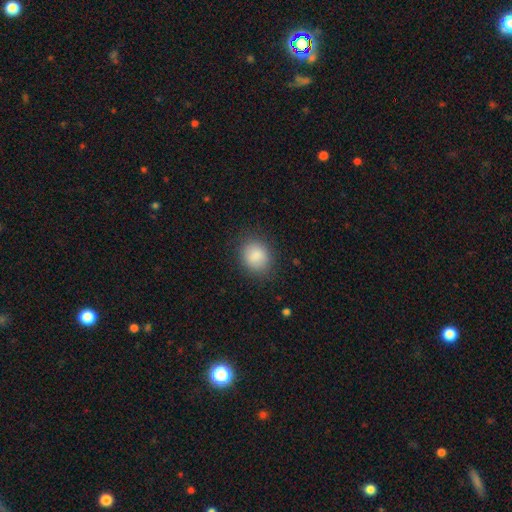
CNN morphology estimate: smooth-or-featured: smooth: 87% | star or artifact: 8% | featured or disk: 5%
  how-rounded: round: 67% | in between: 32% | cigar-shaped: 1%
  merging: none: 83% | minor disturbance: 12% | major disturbance: 4% | merger: 1%